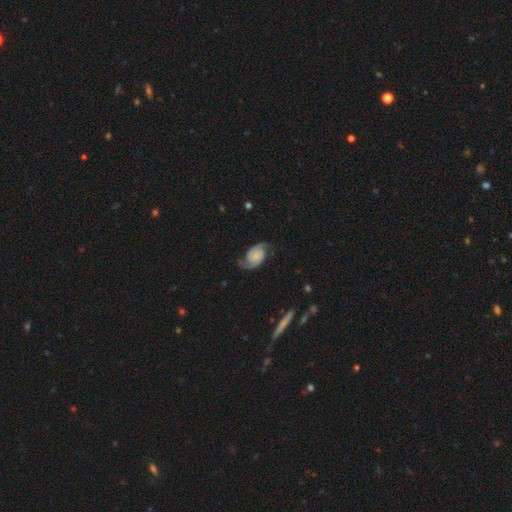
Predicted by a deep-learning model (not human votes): smooth_or_featured: featured or disk (p=0.83) [alt: smooth p=0.11]
disk_edge_on: no (p=0.97) [alt: yes p=0.03]
bar: no (p=0.74) [alt: weak p=0.21]
has_spiral_arms: yes (p=0.97) [alt: no p=0.03]
spiral_winding: medium (p=0.44) [alt: loose p=0.30]
spiral_arm_count: 2 (p=0.93) [alt: can't tell p=0.03]
bulge_size: small (p=0.48) [alt: none p=0.28]
merging: none (p=0.73) [alt: minor disturbance p=0.17]